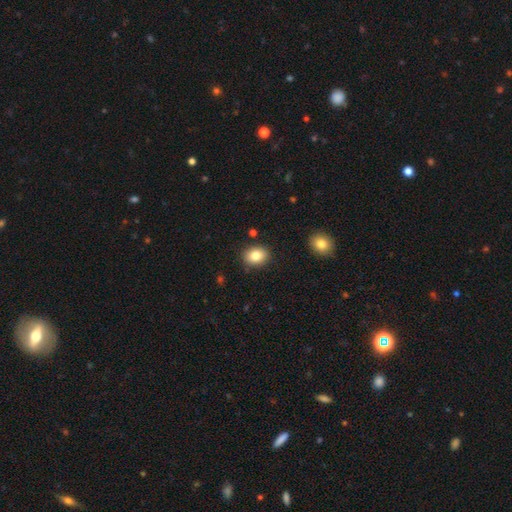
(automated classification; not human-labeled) Smooth or featured? smooth (83%)
How rounded? in between (57%)
Merging? none (87%)